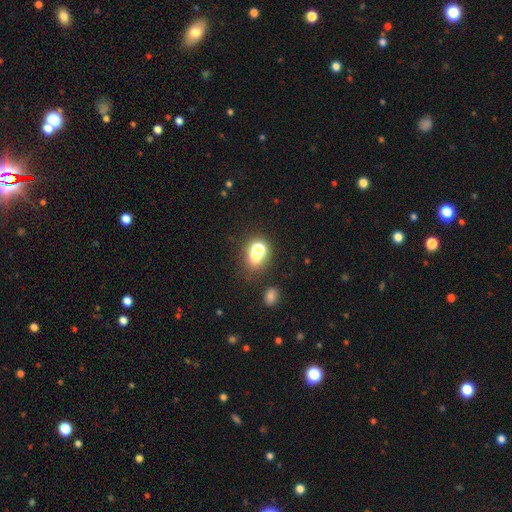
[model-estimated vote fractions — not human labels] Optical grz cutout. It shows a smooth galaxy with no disk features (63%) that is round (53%). Merging: merger (41%).